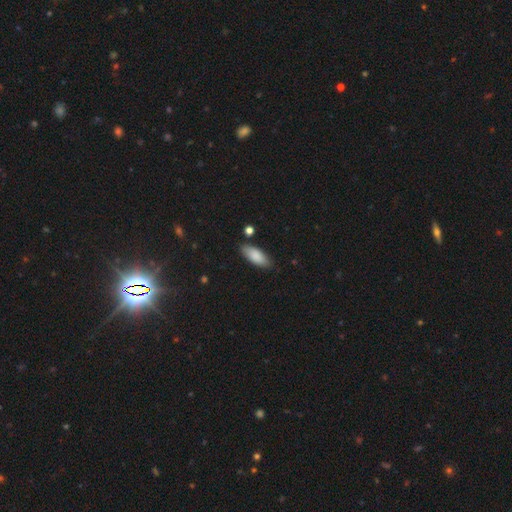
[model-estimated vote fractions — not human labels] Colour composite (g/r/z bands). It shows a smooth galaxy with no disk features (85%) that is in between round and cigar-shaped (78%). Merging: none (83%).